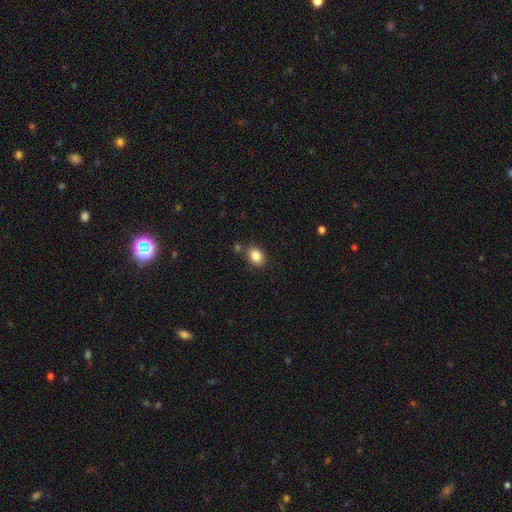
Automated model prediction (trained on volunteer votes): smooth 85%, star or artifact 9%, featured or disk 6%. Down the decision tree: how rounded — in between (64%); merging — none (81%).